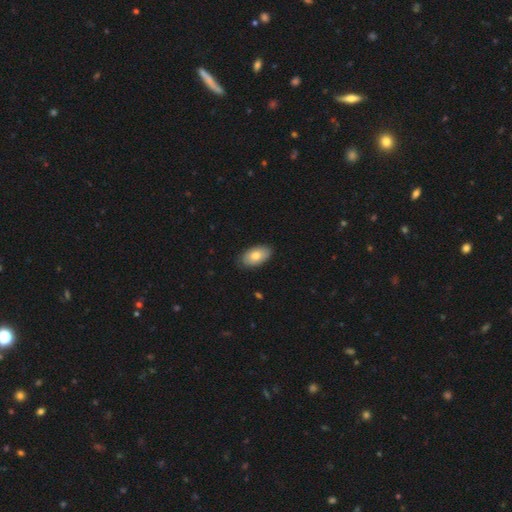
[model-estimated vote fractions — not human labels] smooth_or_featured: smooth (p=0.78) [alt: featured or disk p=0.16]
how_rounded: in between (p=0.94) [alt: round p=0.04]
merging: none (p=0.85) [alt: minor disturbance p=0.12]